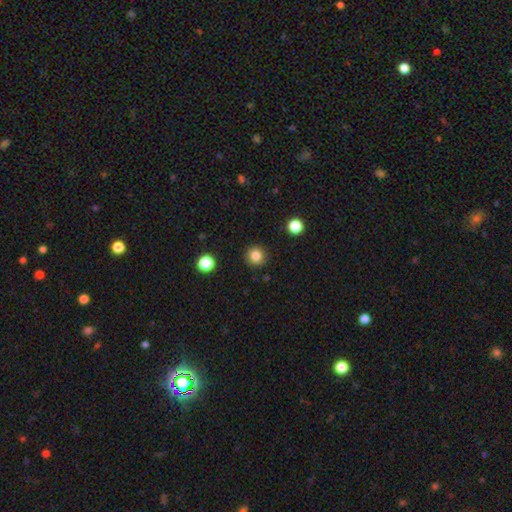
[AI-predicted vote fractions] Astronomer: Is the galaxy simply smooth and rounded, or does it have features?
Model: smooth — 84%.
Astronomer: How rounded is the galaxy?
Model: round — 94%.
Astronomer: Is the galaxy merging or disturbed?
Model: none — 91%.